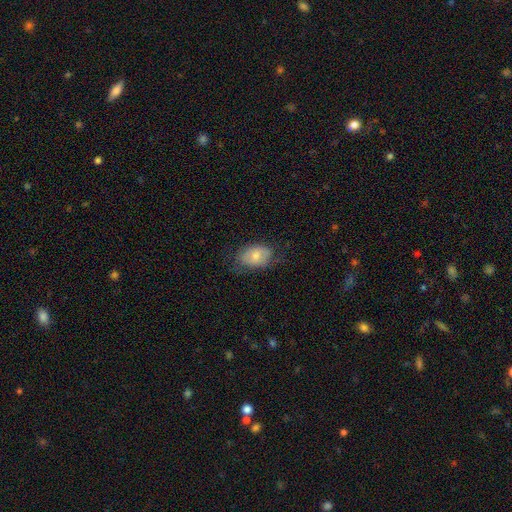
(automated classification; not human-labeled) Overall: smooth (63%; featured or disk 29%). How rounded: in between (83%). Merging: none (69%).